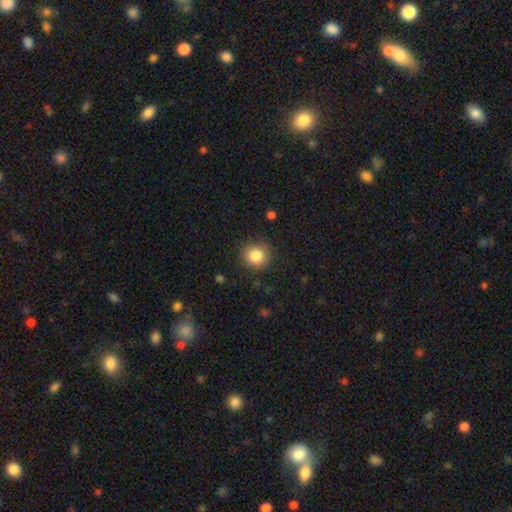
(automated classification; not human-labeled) Morphology: type=smooth (84%); roundness=round (88%); merging=none (86%).